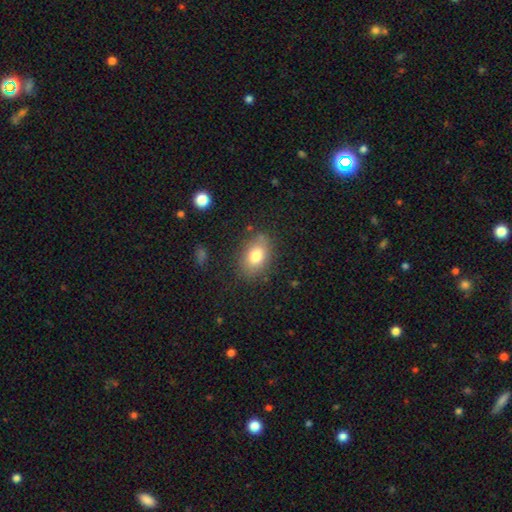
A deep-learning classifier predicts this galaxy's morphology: Smooth or featured?
  - smooth: 78% *
  - featured or disk: 13%
  - star or artifact: 9%
How rounded?
  - in between: 82% *
  - round: 16%
  - cigar-shaped: 2%
Merging?
  - none: 79% *
  - minor disturbance: 14%
  - major disturbance: 4%
  - merger: 2%